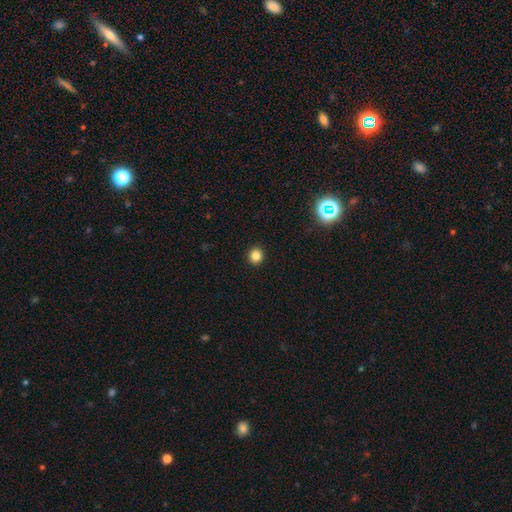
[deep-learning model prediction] Smooth or featured? smooth (83%)
How rounded? round (90%)
Merging? none (93%)